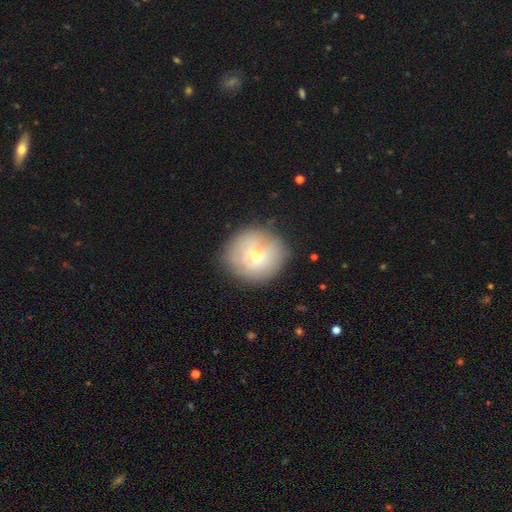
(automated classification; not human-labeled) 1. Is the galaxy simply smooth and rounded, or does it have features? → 62% smooth, 30% featured or disk, 8% star or artifact.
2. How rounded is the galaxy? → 85% round, 14% in between, 1% cigar-shaped.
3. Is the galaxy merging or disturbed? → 71% none, 18% minor disturbance, 7% major disturbance, 4% merger.